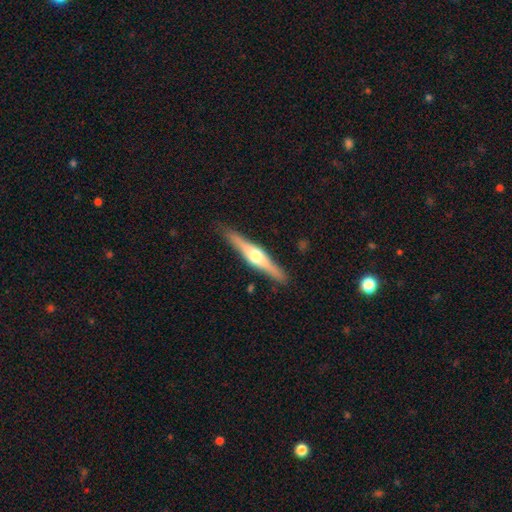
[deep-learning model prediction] A featured or disk galaxy (72%) viewed edge-on (97%) with a rounded central bulge (93%).

Vote fractions:
- Smooth or featured? featured or disk: 72% / smooth: 23% / star or artifact: 5%
- Edge-on disk? yes: 97% / no: 3%
- Edge-on bulge? rounded: 93% / boxy: 5% / none: 2%
- Merging? none: 89% / minor disturbance: 9% / major disturbance: 2% / merger: 1%